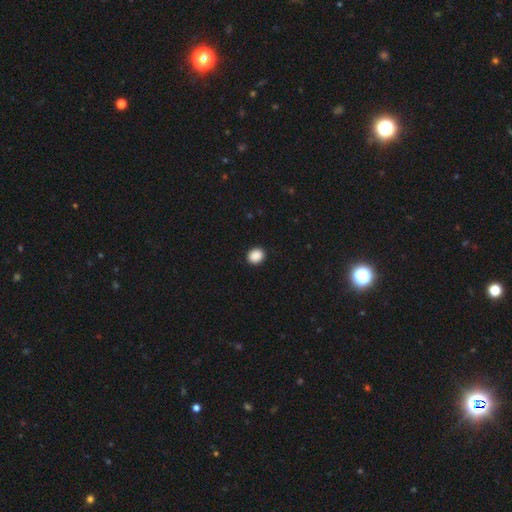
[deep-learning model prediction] Smooth or featured? Predicted: smooth (p=0.89). How rounded? Predicted: round (p=0.68). Merging? Predicted: none (p=0.92).